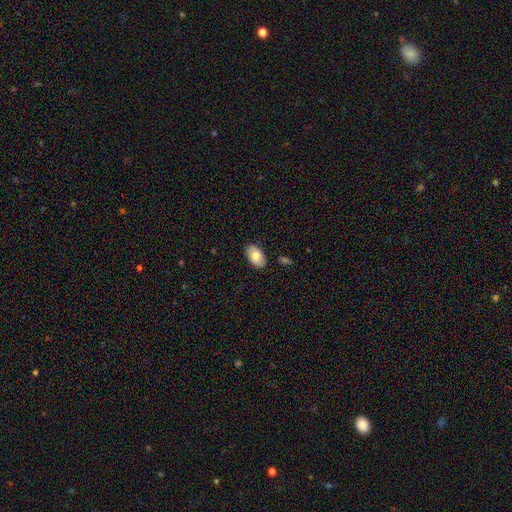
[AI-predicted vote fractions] Smooth or featured? Predicted: smooth (p=0.78). How rounded? Predicted: in between (p=0.93). Merging? Predicted: none (p=0.87).